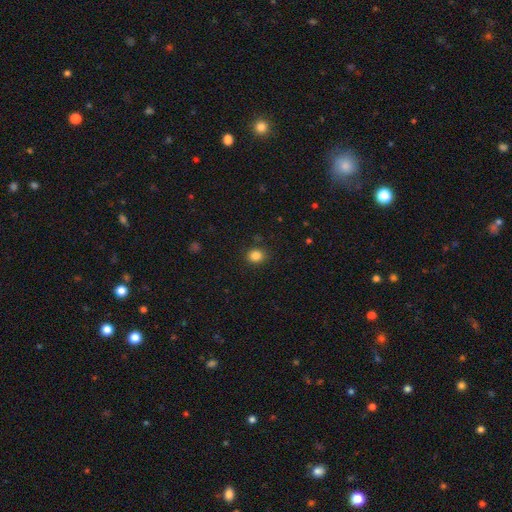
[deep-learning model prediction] Morphology: type=smooth (84%); roundness=round (79%); merging=none (88%).